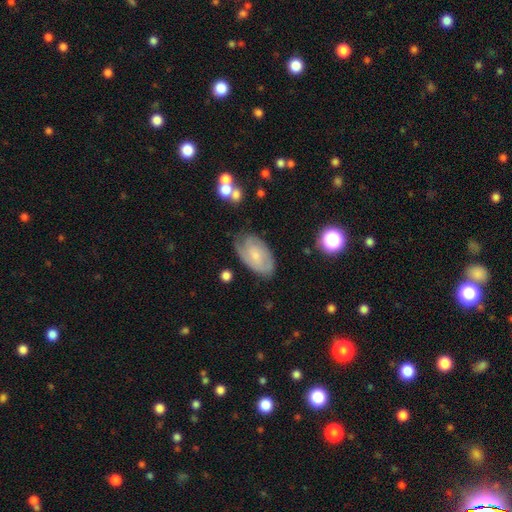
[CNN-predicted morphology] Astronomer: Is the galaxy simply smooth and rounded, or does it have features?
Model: featured or disk — 61%.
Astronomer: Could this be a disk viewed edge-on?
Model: no — 95%.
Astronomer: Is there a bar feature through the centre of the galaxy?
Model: no — 60%.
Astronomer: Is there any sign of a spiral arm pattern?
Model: yes — 85%.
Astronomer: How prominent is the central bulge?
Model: small — 62%.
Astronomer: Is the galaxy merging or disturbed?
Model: none — 67%.